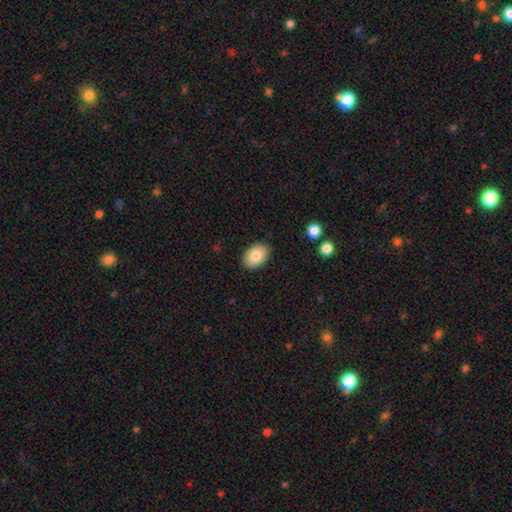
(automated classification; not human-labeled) Morphology: type=smooth (82%); roundness=in between (85%); merging=none (88%).